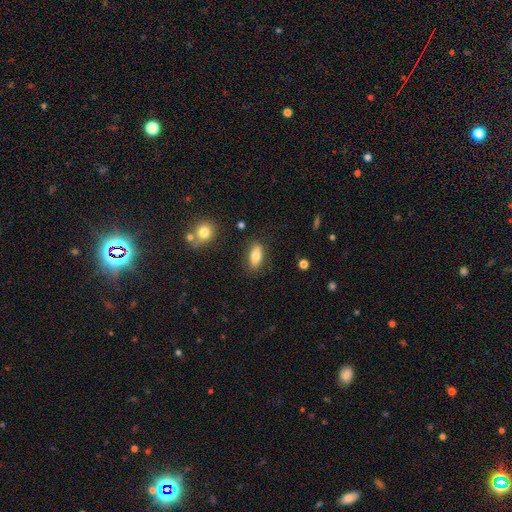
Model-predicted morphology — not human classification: The model was most divided on "how rounded": in between: 75%, cigar-shaped: 22%, round: 3%. More confident: merging — none (83%); smooth or featured — smooth (78%).